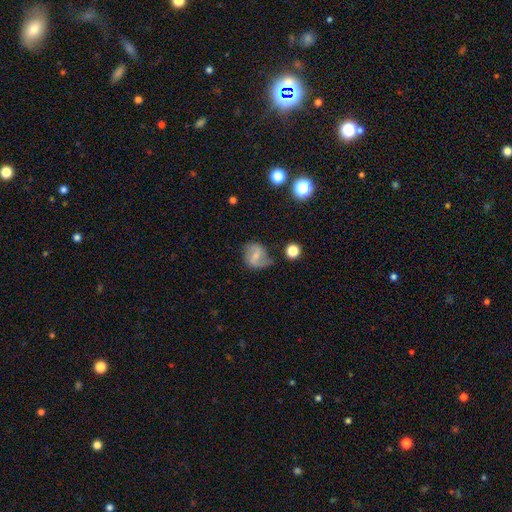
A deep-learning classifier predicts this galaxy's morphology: smooth_or_featured: featured or disk (p=0.59) [alt: smooth p=0.32]
disk_edge_on: no (p=0.97) [alt: yes p=0.03]
bar: weak (p=0.48) [alt: strong p=0.31]
has_spiral_arms: yes (p=0.85) [alt: no p=0.15]
bulge_size: small (p=0.58) [alt: moderate p=0.23]
merging: none (p=0.69) [alt: minor disturbance p=0.21]